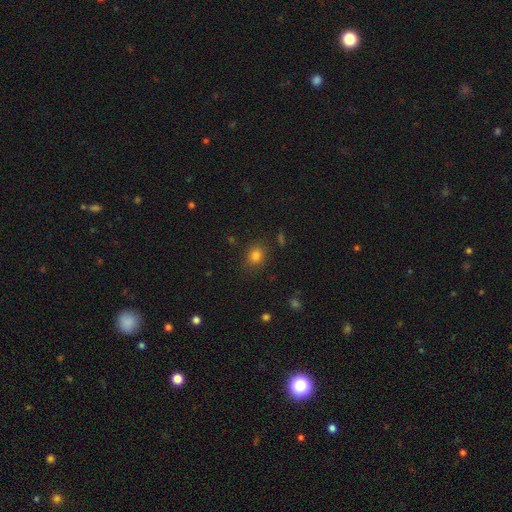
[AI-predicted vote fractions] Morphology: type=smooth (81%); roundness=round (65%); merging=none (83%).